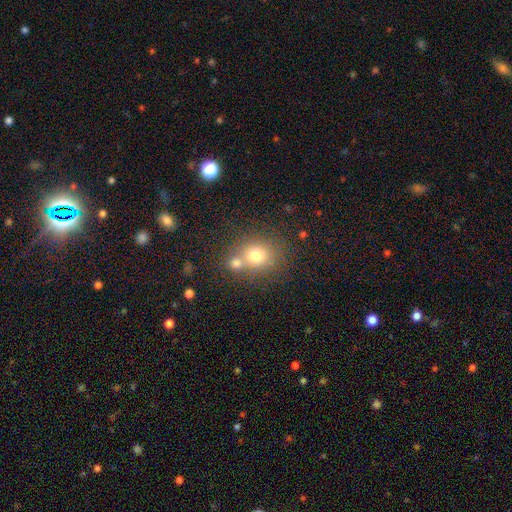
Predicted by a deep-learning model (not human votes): smooth-or-featured: smooth: 74% | star or artifact: 13% | featured or disk: 13%
  how-rounded: round: 77% | in between: 22% | cigar-shaped: 1%
  merging: none: 49% | merger: 37% | minor disturbance: 9% | major disturbance: 4%